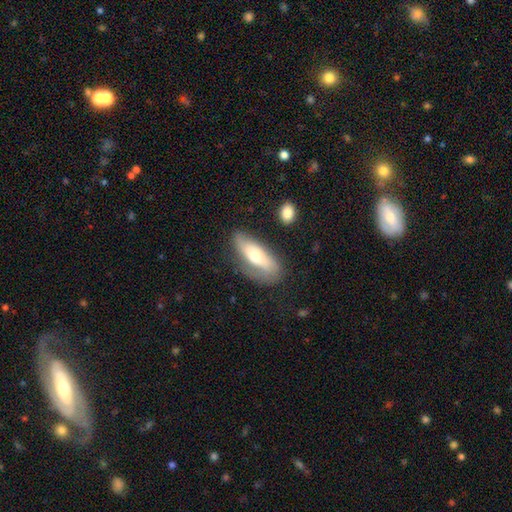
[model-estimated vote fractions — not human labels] Smooth or featured? smooth (49%)
Merging? none (61%)